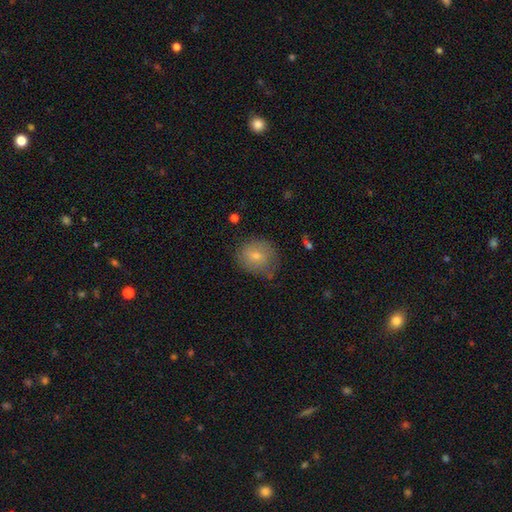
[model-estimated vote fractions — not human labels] smooth_or_featured: smooth (p=0.59) [alt: featured or disk p=0.28]
how_rounded: round (p=0.72) [alt: in between p=0.27]
merging: none (p=0.67) [alt: minor disturbance p=0.24]